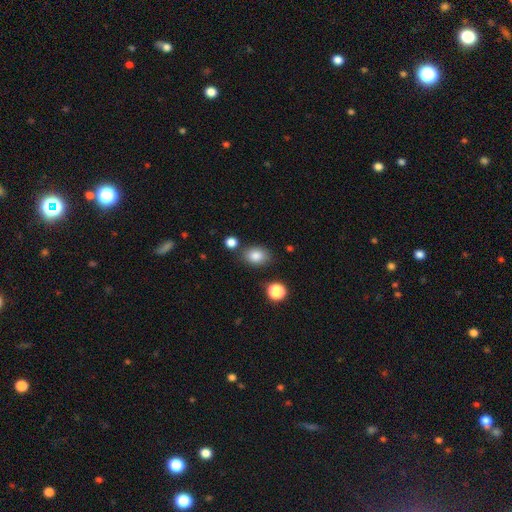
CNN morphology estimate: Q: Smooth or featured?
A: smooth (84%); runner-up: star or artifact (10%)
Q: How rounded?
A: in between (70%); runner-up: round (29%)
Q: Merging?
A: none (78%); runner-up: minor disturbance (13%)